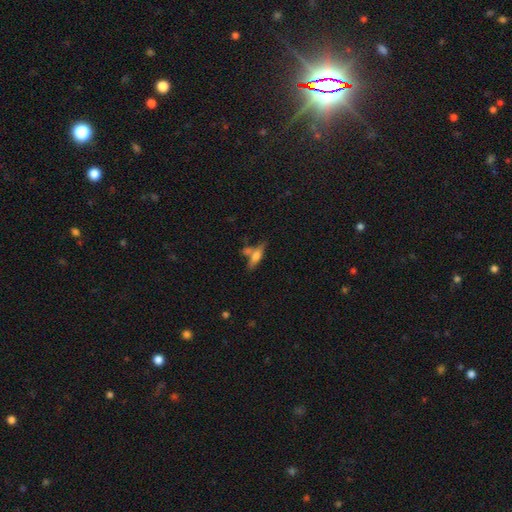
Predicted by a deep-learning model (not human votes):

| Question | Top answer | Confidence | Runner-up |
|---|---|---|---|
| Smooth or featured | smooth | 50% | featured or disk (41%) |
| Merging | none | 54% | merger (23%) |